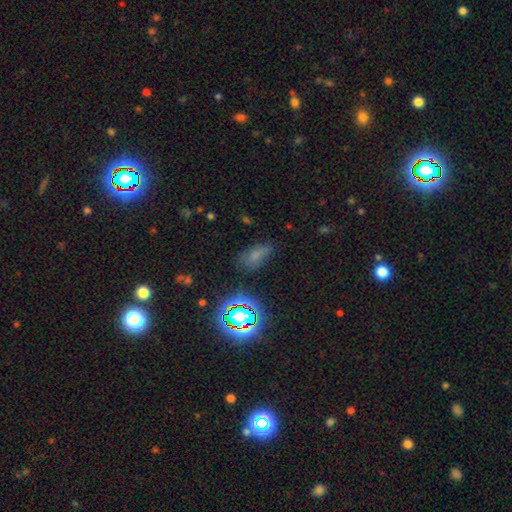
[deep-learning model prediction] Smooth or featured? smooth (58%)
How rounded? in between (84%)
Merging? none (65%)